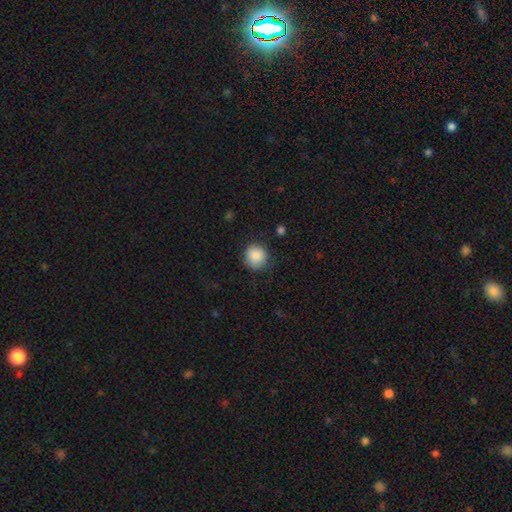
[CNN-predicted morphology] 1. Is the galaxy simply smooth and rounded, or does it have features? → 88% smooth, 8% star or artifact, 3% featured or disk.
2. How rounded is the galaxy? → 91% round, 8% in between, 1% cigar-shaped.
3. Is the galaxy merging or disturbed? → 84% none, 11% minor disturbance, 3% major disturbance, 1% merger.